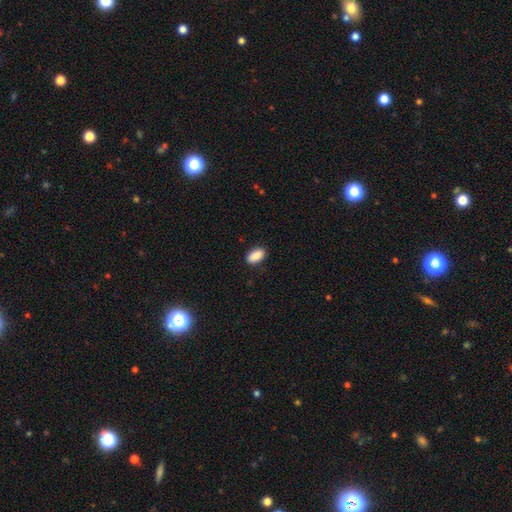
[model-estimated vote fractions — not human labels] smooth_or_featured: smooth (p=0.90) [alt: star or artifact p=0.07]
how_rounded: in between (p=0.93) [alt: round p=0.04]
merging: none (p=0.88) [alt: minor disturbance p=0.09]